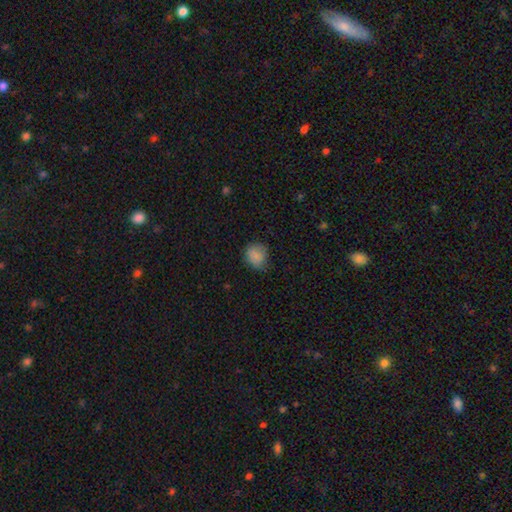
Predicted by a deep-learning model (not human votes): Q: Smooth or featured?
A: smooth (85%); runner-up: star or artifact (9%)
Q: How rounded?
A: round (68%); runner-up: in between (32%)
Q: Merging?
A: none (61%); runner-up: minor disturbance (31%)